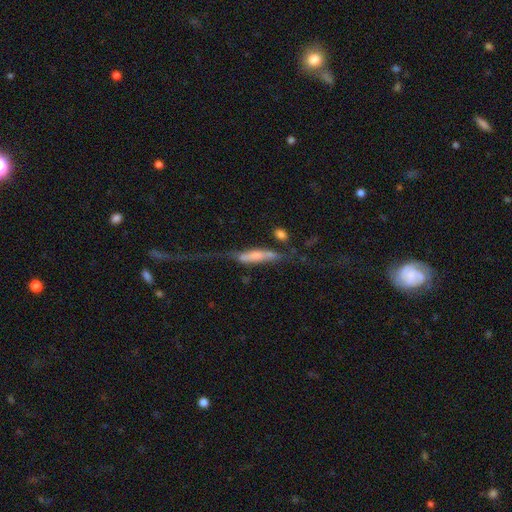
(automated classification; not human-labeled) Q: Smooth or featured?
A: featured or disk (46%); runner-up: smooth (45%)
Q: Merging?
A: major disturbance (35%); runner-up: none (29%)